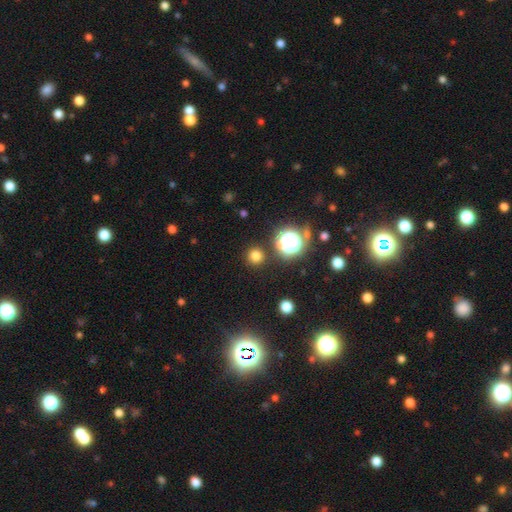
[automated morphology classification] Q: Smooth or featured?
A: smooth (74%); runner-up: star or artifact (21%)
Q: How rounded?
A: round (95%); runner-up: in between (4%)
Q: Merging?
A: none (89%); runner-up: minor disturbance (6%)